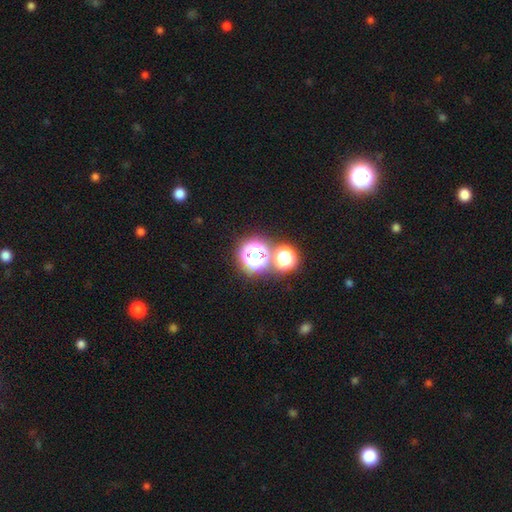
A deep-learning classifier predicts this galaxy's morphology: Smooth or featured: smooth — 46% (star or artifact — 39%)
Merging: none — 65% (merger — 20%)